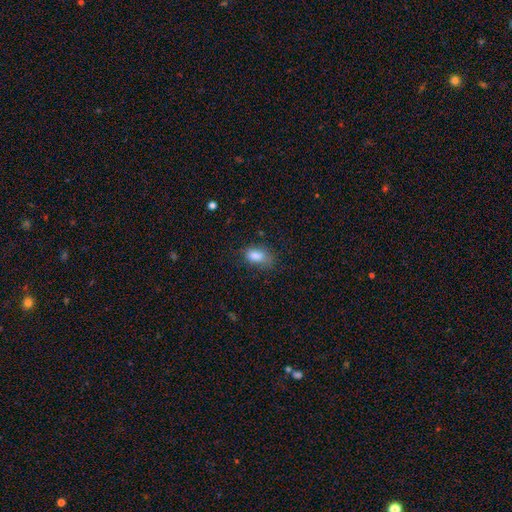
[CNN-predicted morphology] Overall: smooth (84%). How rounded: in between (88%). Merging: none (62%; minor disturbance 26%).